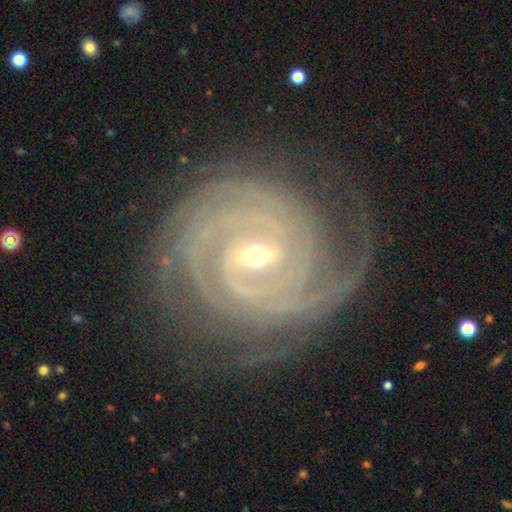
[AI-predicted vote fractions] Smooth or featured: featured or disk — 92% (star or artifact — 5%)
Edge-on disk: no — 97% (yes — 3%)
Bar: weak — 43% (strong — 41%)
Spiral arms: yes — 99% (no — 1%)
Spiral winding: tight — 86% (medium — 12%)
Spiral arm count: 2 — 29% (3 — 21%)
Bulge size: small — 58% (moderate — 39%)
Merging: none — 79% (minor disturbance — 14%)